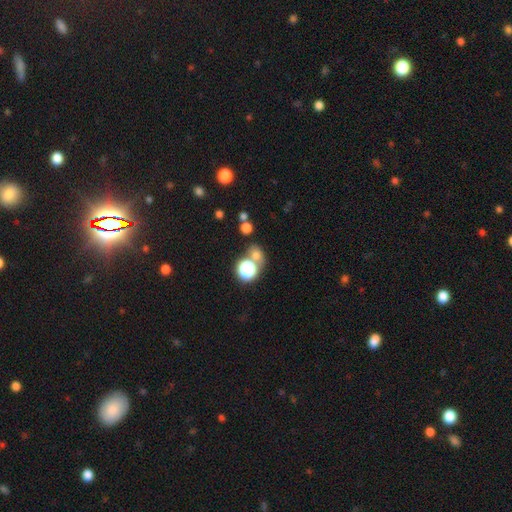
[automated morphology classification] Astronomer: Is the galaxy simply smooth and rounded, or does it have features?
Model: smooth — 64%.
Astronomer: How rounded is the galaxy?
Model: round — 72%.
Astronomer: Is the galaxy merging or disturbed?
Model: none — 59%.